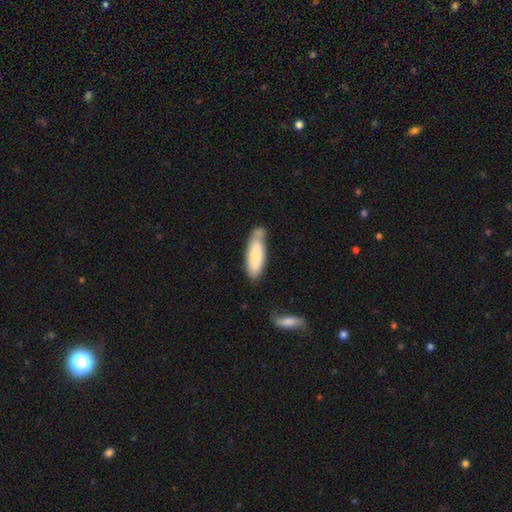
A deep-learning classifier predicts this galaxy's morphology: Overall: smooth (80%). How rounded: cigar-shaped (53%; in between 46%). Merging: none (56%; minor disturbance 24%).